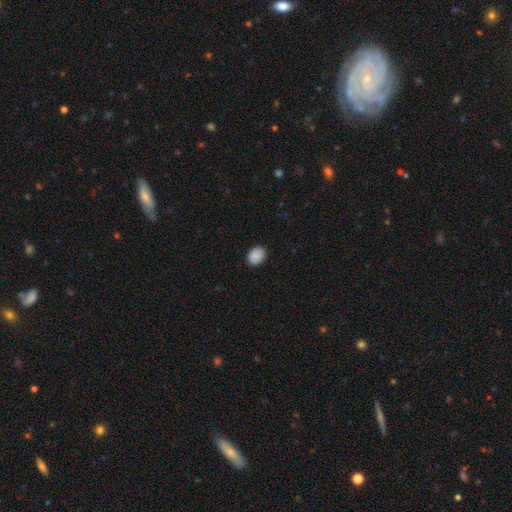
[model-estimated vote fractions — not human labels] Smooth or featured?
  - smooth: 89% *
  - star or artifact: 8%
  - featured or disk: 4%
How rounded?
  - in between: 58% *
  - round: 42%
  - cigar-shaped: 1%
Merging?
  - none: 88% *
  - minor disturbance: 9%
  - major disturbance: 2%
  - merger: 1%